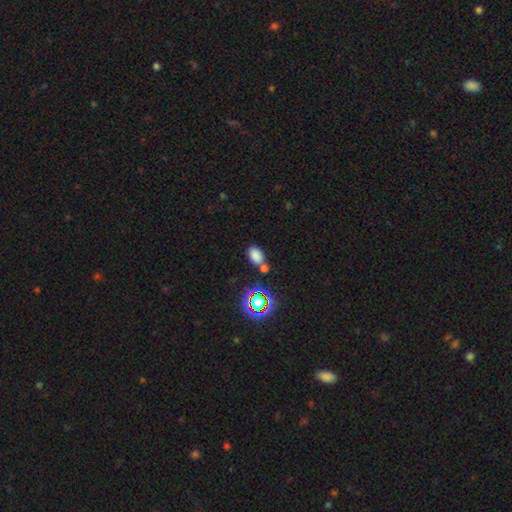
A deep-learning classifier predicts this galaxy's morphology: smooth-or-featured: smooth: 76% | star or artifact: 18% | featured or disk: 6%
  how-rounded: in between: 83% | round: 16% | cigar-shaped: 1%
  merging: none: 62% | merger: 21% | minor disturbance: 13% | major disturbance: 4%